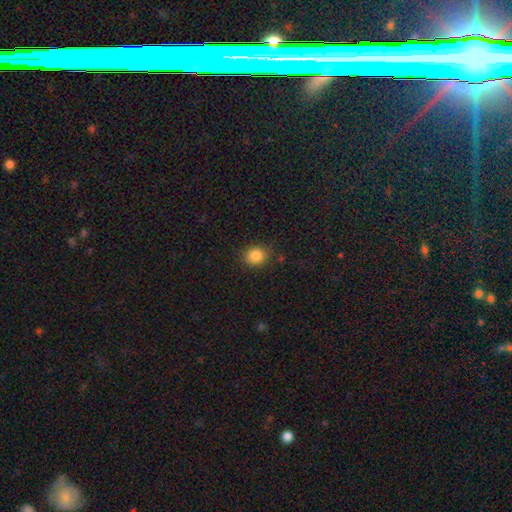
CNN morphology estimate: Smooth or featured? smooth (85%)
How rounded? round (73%)
Merging? none (84%)